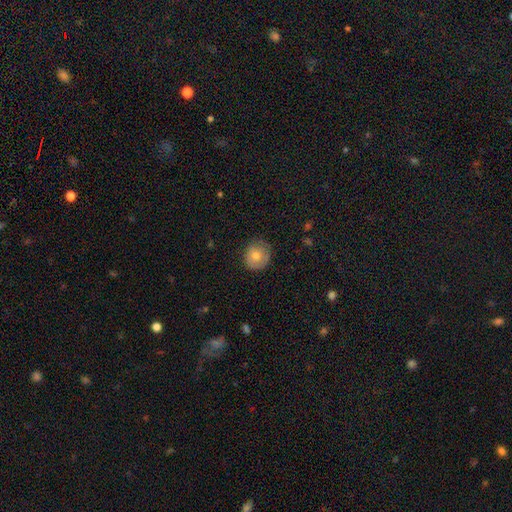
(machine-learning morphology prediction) This appears to be a smooth galaxy with no disk features (71%) that is round (84%). Merging: none (78%).